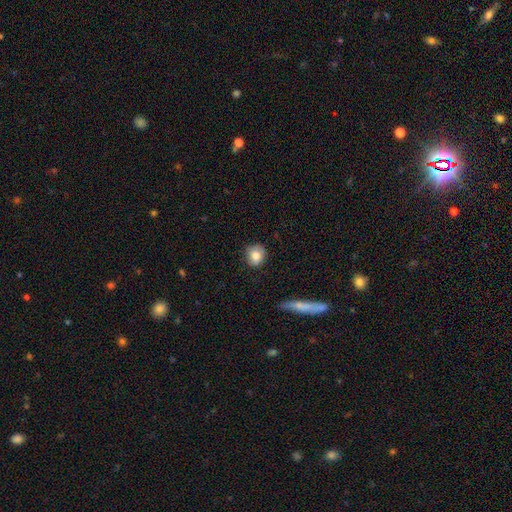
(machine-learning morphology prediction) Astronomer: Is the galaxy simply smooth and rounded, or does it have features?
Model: smooth — 81%.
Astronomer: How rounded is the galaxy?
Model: round — 78%.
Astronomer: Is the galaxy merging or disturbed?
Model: none — 76%.